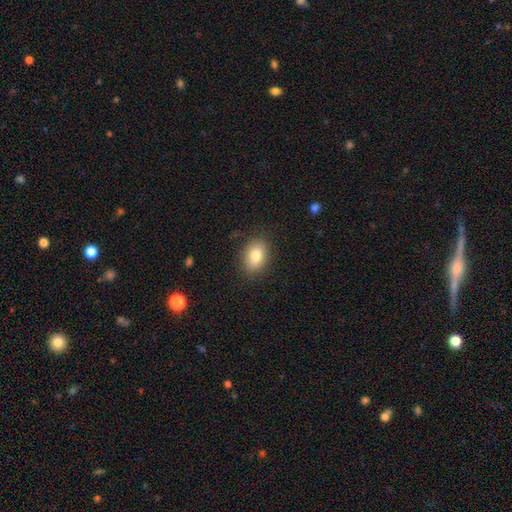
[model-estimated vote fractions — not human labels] Q: Smooth or featured?
A: smooth (82%); runner-up: featured or disk (10%)
Q: How rounded?
A: in between (75%); runner-up: round (23%)
Q: Merging?
A: none (87%); runner-up: minor disturbance (10%)